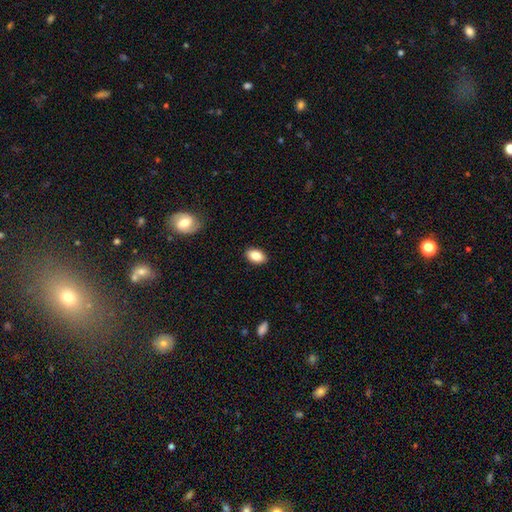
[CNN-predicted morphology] Smooth or featured: smooth — 84% (featured or disk — 8%)
How rounded: in between — 90% (round — 8%)
Merging: none — 89% (minor disturbance — 8%)